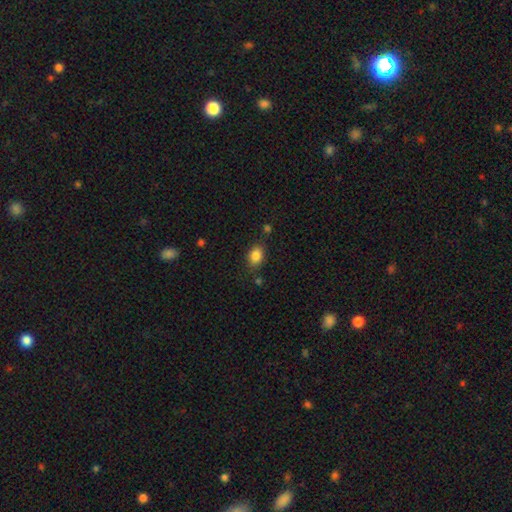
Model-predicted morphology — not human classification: A smooth galaxy with no disk features (86%) that is in between round and cigar-shaped (70%). Merging: none (78%).